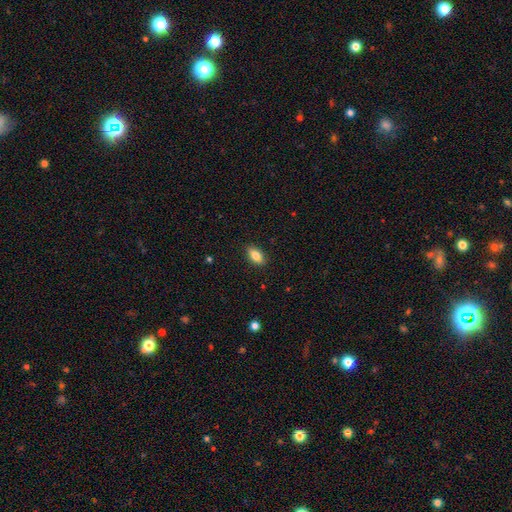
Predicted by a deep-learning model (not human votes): This is clearly a smooth galaxy (82%). How rounded: clearly in between (88%). Merging: clearly none (88%).